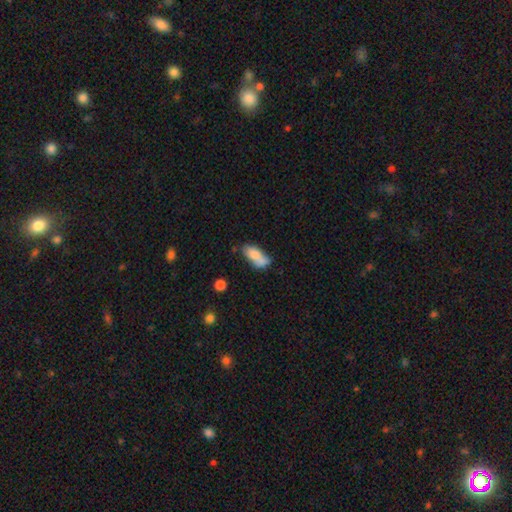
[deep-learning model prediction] Smooth or featured? Predicted: smooth (p=0.74). How rounded? Predicted: in between (p=0.82). Merging? Predicted: none (p=0.35, tied with merger).